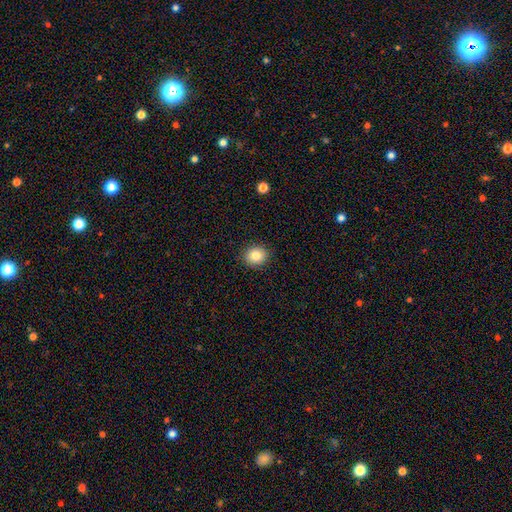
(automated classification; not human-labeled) Overall: smooth (83%). How rounded: round (71%). Merging: none (91%).